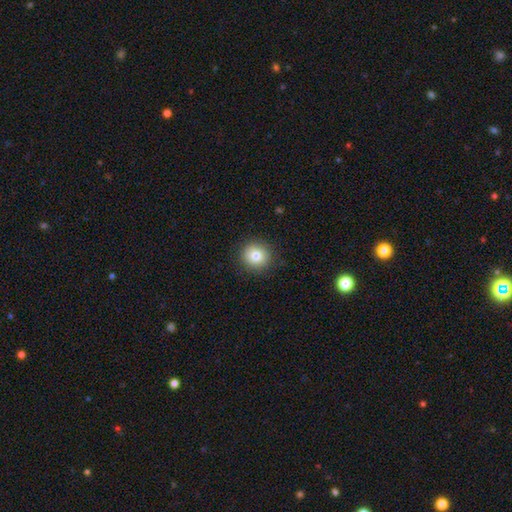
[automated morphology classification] Smooth or featured: smooth — 78% (star or artifact — 11%)
How rounded: round — 94% (in between — 6%)
Merging: none — 90% (minor disturbance — 7%)